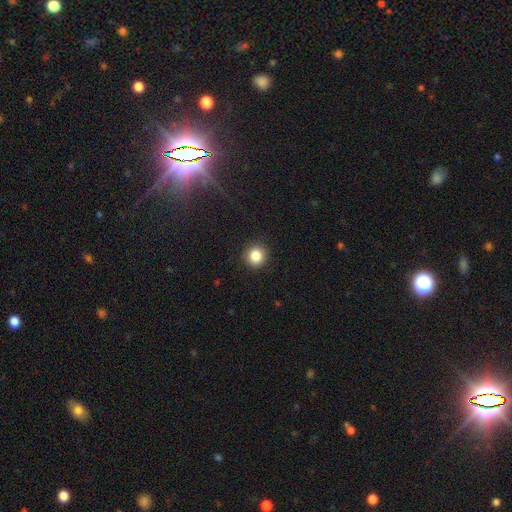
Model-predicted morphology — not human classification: Overall: smooth (85%). How rounded: round (93%). Merging: none (92%).